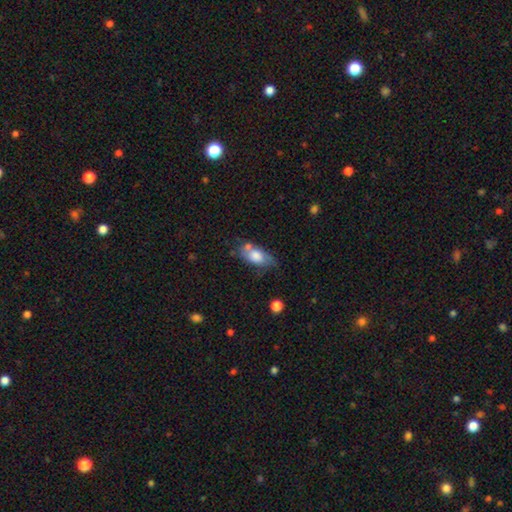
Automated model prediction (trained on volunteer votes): Morphology: type=smooth (71%); roundness=in between (86%); merging=none (48%).